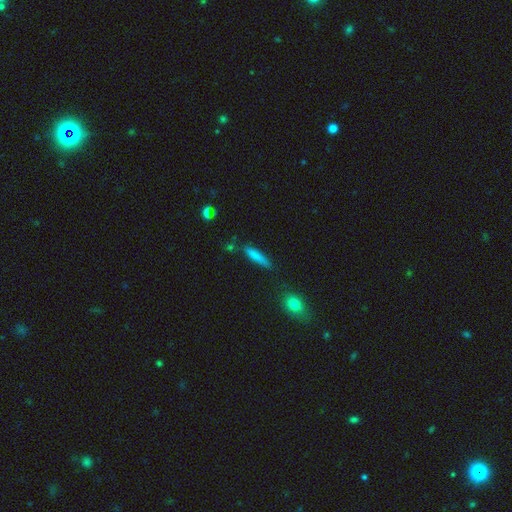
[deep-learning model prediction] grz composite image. It shows a smooth galaxy with no disk features (78%) that is cigar-shaped (86%). Merging: none (74%).